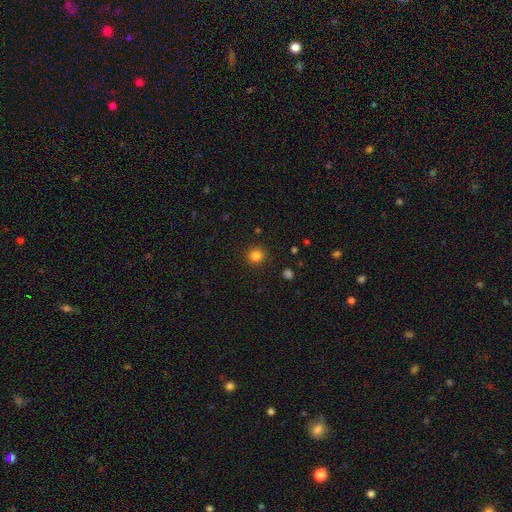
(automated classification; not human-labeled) This appears to be a smooth galaxy with no disk features (83%) that is round (91%). Merging: none (91%).